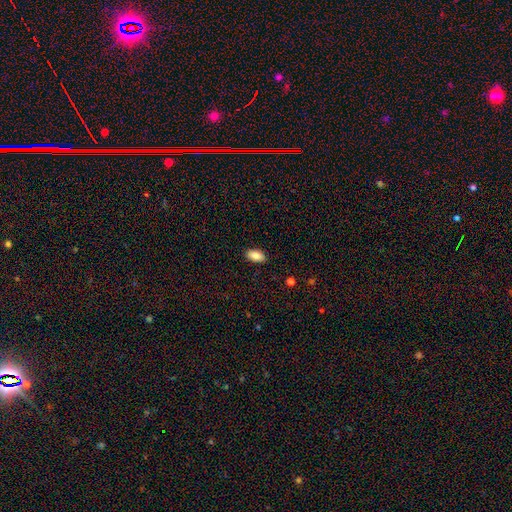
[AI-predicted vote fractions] Smooth or featured?
  - smooth: 85% *
  - featured or disk: 8%
  - star or artifact: 7%
How rounded?
  - in between: 93% *
  - cigar-shaped: 4%
  - round: 3%
Merging?
  - none: 89% *
  - minor disturbance: 8%
  - major disturbance: 2%
  - merger: 1%